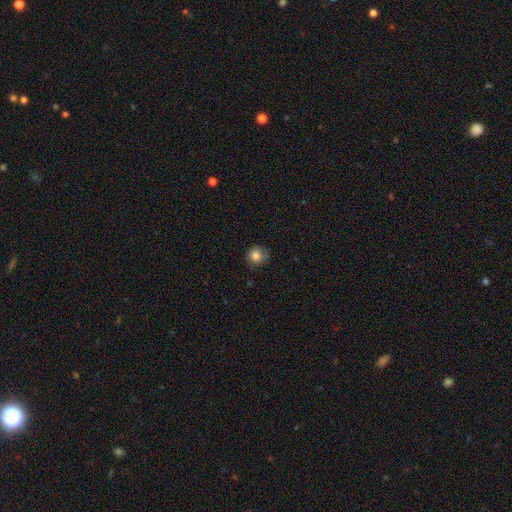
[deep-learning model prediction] A smooth galaxy with no disk features (83%) that is round (89%).

Vote fractions:
- Smooth or featured? smooth: 83% / star or artifact: 10% / featured or disk: 6%
- How rounded? round: 89% / in between: 10% / cigar-shaped: 1%
- Merging? none: 77% / minor disturbance: 17% / major disturbance: 4% / merger: 1%